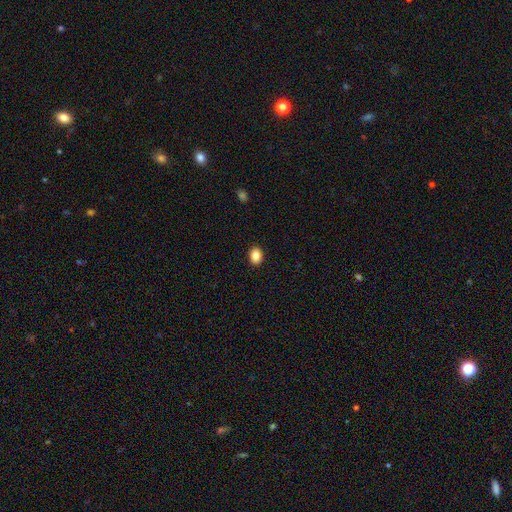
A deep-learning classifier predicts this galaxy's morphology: This is clearly a smooth galaxy (87%). How rounded: likely in between (64%). Merging: clearly none (91%).